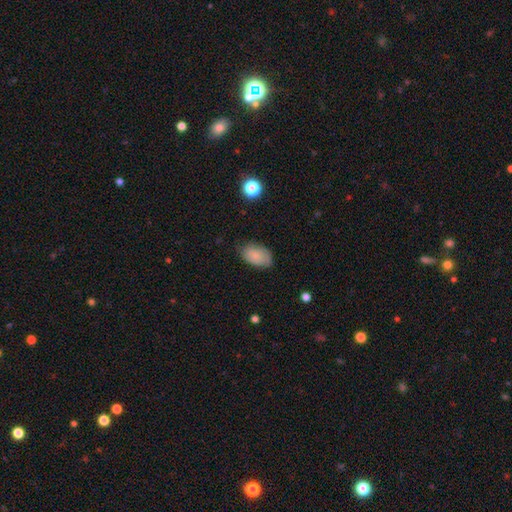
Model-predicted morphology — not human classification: The model was most divided on "merging": none: 73%, minor disturbance: 21%, major disturbance: 5%, merger: 1%. More confident: how rounded — in between (90%); smooth or featured — smooth (80%).